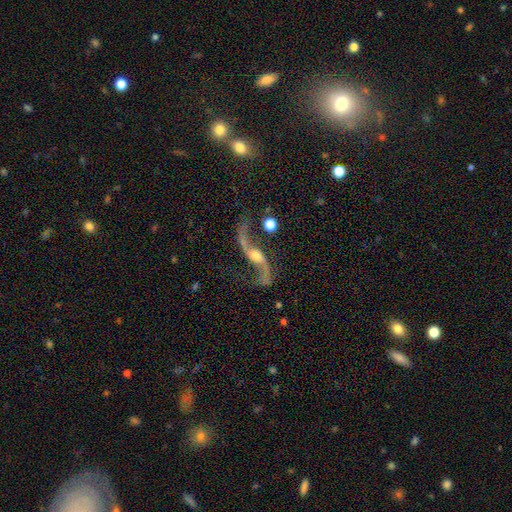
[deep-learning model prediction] A featured or disk galaxy (90%) with no bar (53%), 2 (94%) loose (92%) spiral arms (97%) and a moderate central bulge (53%).

Vote fractions:
- Smooth or featured? featured or disk: 90% / star or artifact: 6% / smooth: 4%
- Edge-on disk? no: 92% / yes: 8%
- Bar? no: 53% / weak: 32% / strong: 14%
- Spiral arms? yes: 97% / no: 3%
- Spiral winding? loose: 92% / medium: 6% / tight: 2%
- Spiral arm count? 2: 94% / 1: 2% / can't tell: 1% / 3: 1% / 4: 1% / more than 4: 1%
- Bulge size? moderate: 53% / small: 32% / large: 8% / none: 5% / dominant: 2%
- Merging? none: 73% / minor disturbance: 13% / major disturbance: 9% / merger: 5%